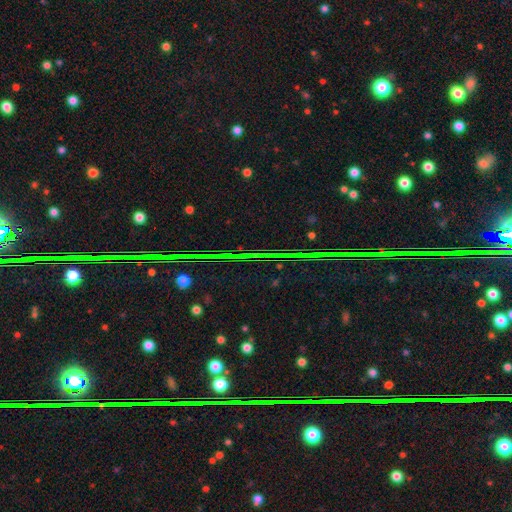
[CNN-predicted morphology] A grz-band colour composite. It shows a star or artifact, not a galaxy (82%).